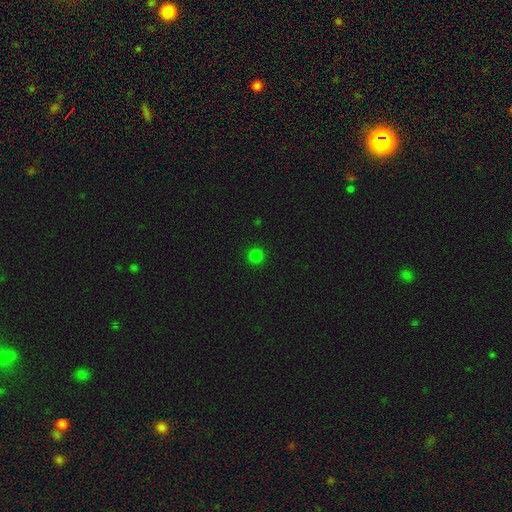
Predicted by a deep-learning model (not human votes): A smooth galaxy with no disk features (80%) that is round (95%). Merging: none (92%).